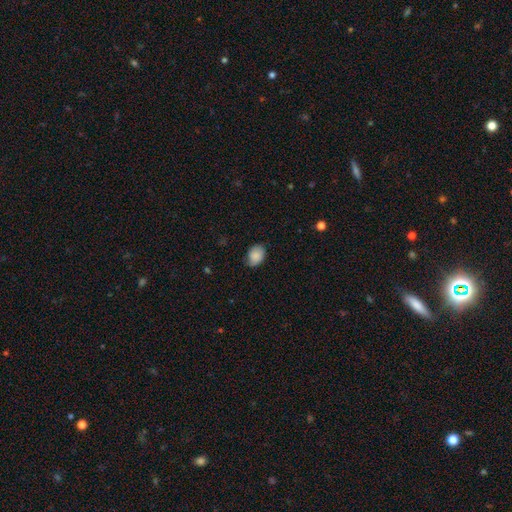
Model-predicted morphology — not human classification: Smooth or featured? smooth (86%)
How rounded? in between (73%)
Merging? none (73%)